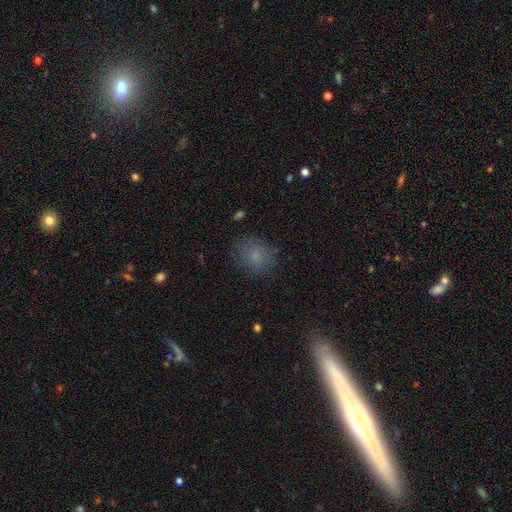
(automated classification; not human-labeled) smooth_or_featured: smooth (p=0.76) [alt: star or artifact p=0.13]
how_rounded: round (p=0.63) [alt: in between p=0.35]
merging: none (p=0.77) [alt: minor disturbance p=0.15]